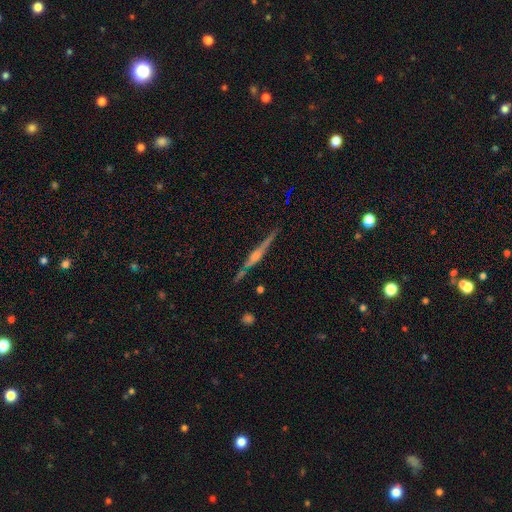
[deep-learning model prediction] smooth-or-featured: featured or disk: 81% | smooth: 12% | star or artifact: 7%
  disk-edge-on: yes: 98% | no: 2%
    edge-on-bulge: rounded: 68% | boxy: 21% | none: 11%
  merging: none: 86% | minor disturbance: 10% | merger: 2% | major disturbance: 2%